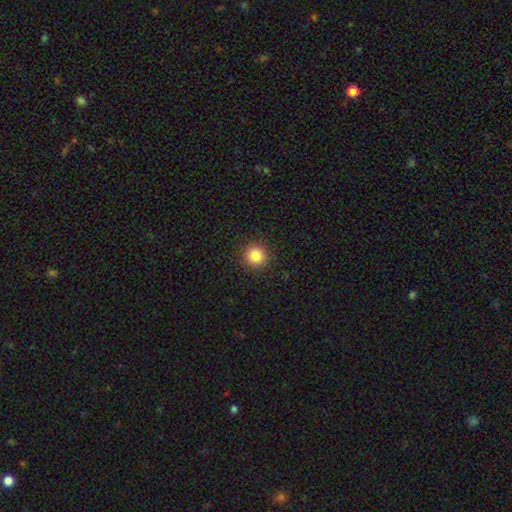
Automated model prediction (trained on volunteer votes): smooth 84%, star or artifact 11%, featured or disk 5%. Down the decision tree: how rounded — round (94%); merging — none (92%).